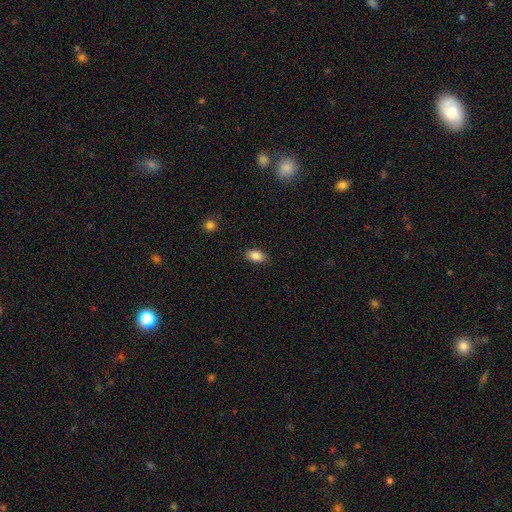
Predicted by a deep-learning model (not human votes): Smooth or featured?
  - smooth: 87% *
  - star or artifact: 8%
  - featured or disk: 5%
How rounded?
  - in between: 91% *
  - round: 7%
  - cigar-shaped: 2%
Merging?
  - none: 87% *
  - minor disturbance: 10%
  - major disturbance: 2%
  - merger: 1%